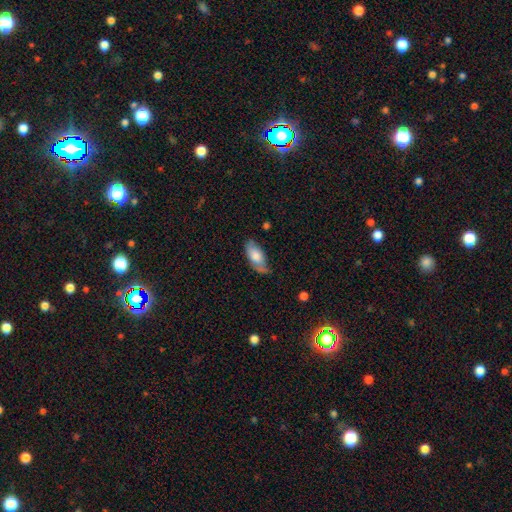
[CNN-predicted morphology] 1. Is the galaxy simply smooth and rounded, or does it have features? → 72% smooth, 21% featured or disk, 6% star or artifact.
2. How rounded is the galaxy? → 86% in between, 11% cigar-shaped, 2% round.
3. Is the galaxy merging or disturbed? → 62% none, 29% minor disturbance, 7% major disturbance, 2% merger.